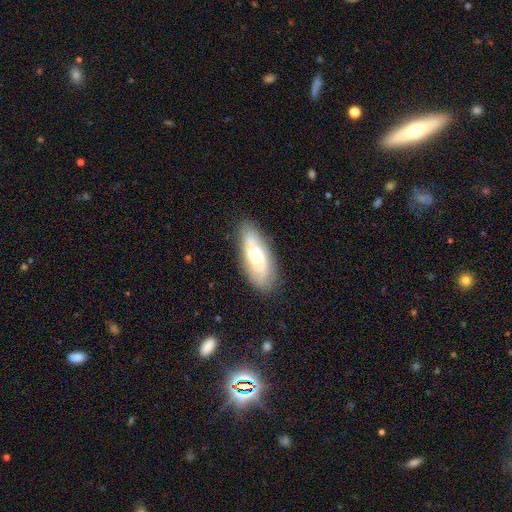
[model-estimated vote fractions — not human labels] featured or disk 55%, smooth 38%, star or artifact 8%. Down the decision tree: edge-on disk — no (82%); merging — none (78%).